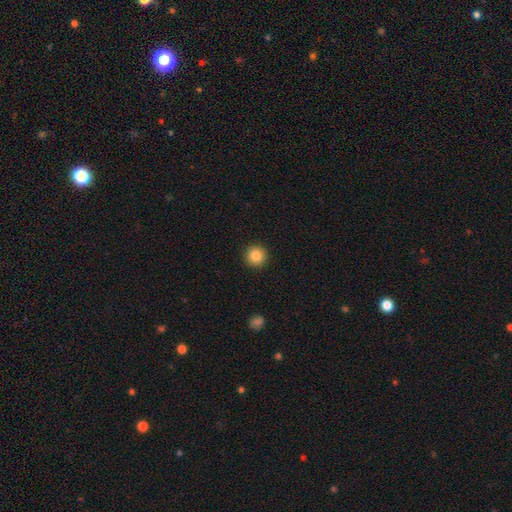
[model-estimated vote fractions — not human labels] This is clearly a smooth galaxy (85%). How rounded: clearly round (95%). Merging: clearly none (93%).